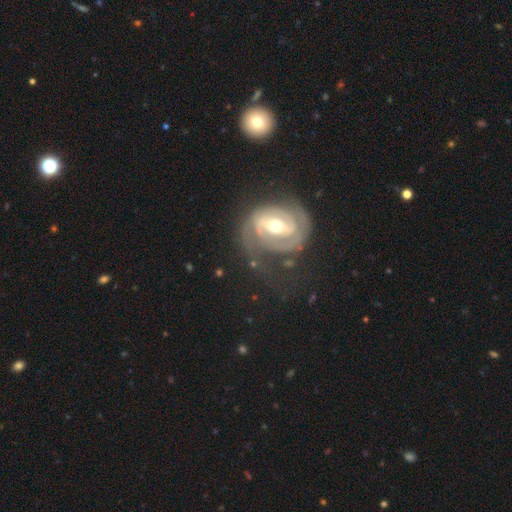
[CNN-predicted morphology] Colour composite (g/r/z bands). It shows a featured or disk galaxy (83%) with a weak bar (41%), 2 (54%) tight (57%) spiral arms (86%) and a moderate central bulge (65%). Merging: none (54%).